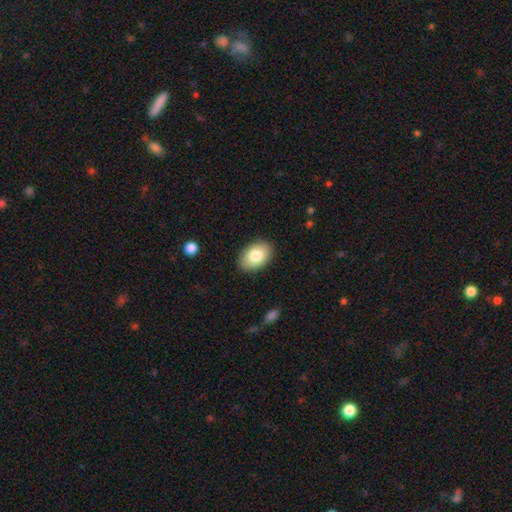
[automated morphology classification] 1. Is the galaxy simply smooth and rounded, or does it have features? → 81% smooth, 12% featured or disk, 7% star or artifact.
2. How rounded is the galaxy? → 88% in between, 11% round, 1% cigar-shaped.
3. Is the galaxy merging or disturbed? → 88% none, 9% minor disturbance, 2% major disturbance, 1% merger.